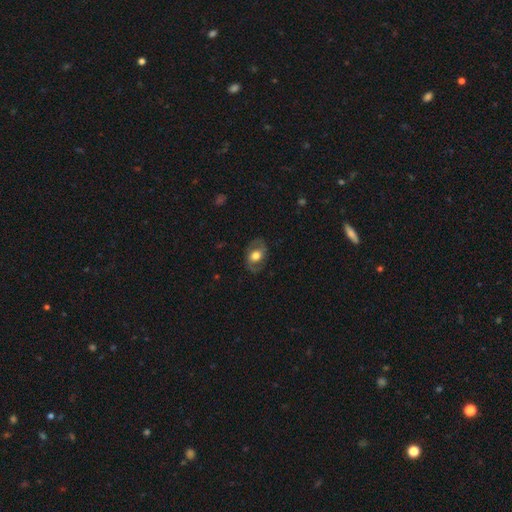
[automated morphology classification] Overall: featured or disk (54%; smooth 39%). Edge-on disk: no (94%). Bar: no (65%; weak 26%). Spiral arms: yes (61%; no 39%). Bulge size: moderate (52%; large 38%). Merging: none (77%).